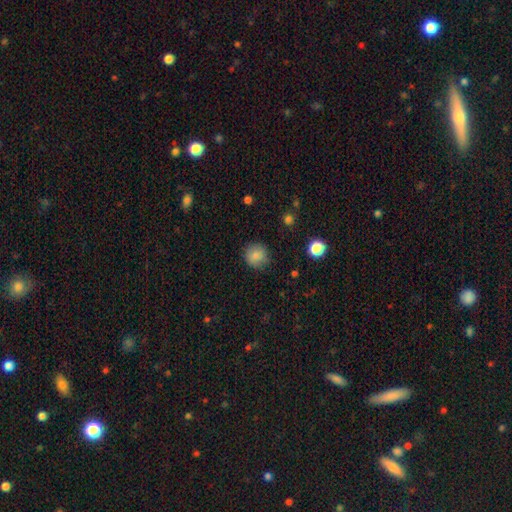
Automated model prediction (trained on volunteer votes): A smooth galaxy with no disk features (83%) that is round (90%). Merging: none (85%).